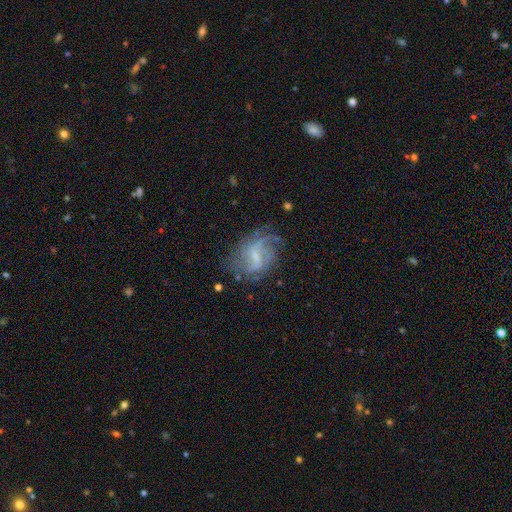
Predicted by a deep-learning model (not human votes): Smooth or featured? Predicted: featured or disk (p=0.74). Edge-on disk? Predicted: no (p=0.97). Bar? Predicted: weak (p=0.56). Spiral arms? Predicted: yes (p=0.86). Spiral winding? Predicted: loose (p=0.43). Spiral arm count? Predicted: 2 (p=0.33). Bulge size? Predicted: small (p=0.47). Merging? Predicted: none (p=0.54).